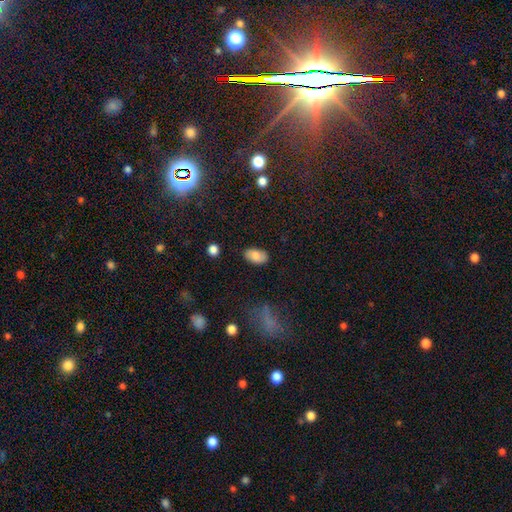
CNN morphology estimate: Q: Smooth or featured?
A: smooth (81%); runner-up: featured or disk (11%)
Q: How rounded?
A: in between (94%); runner-up: round (5%)
Q: Merging?
A: none (83%); runner-up: minor disturbance (12%)